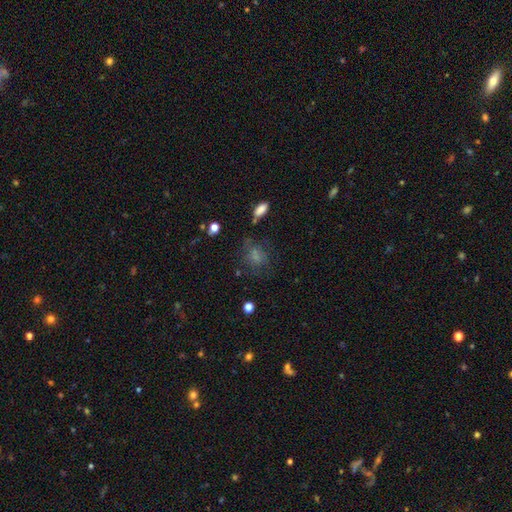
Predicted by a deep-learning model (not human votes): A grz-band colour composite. It shows a smooth galaxy with no disk features (62%) that is round (51%). Merging: none (54%).